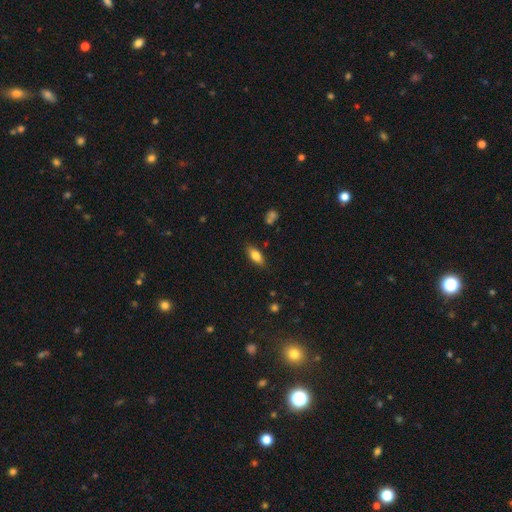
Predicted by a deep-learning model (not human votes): A smooth galaxy with no disk features (77%) that is in between round and cigar-shaped (80%).

Vote fractions:
- Smooth or featured? smooth: 77% / featured or disk: 16% / star or artifact: 7%
- How rounded? in between: 80% / cigar-shaped: 17% / round: 3%
- Merging? none: 84% / minor disturbance: 12% / major disturbance: 3% / merger: 2%